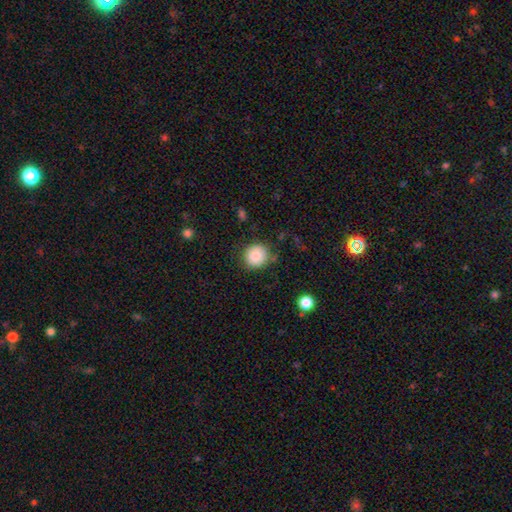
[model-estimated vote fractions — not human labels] Smooth or featured? Predicted: smooth (p=0.84). How rounded? Predicted: round (p=0.91). Merging? Predicted: none (p=0.82).